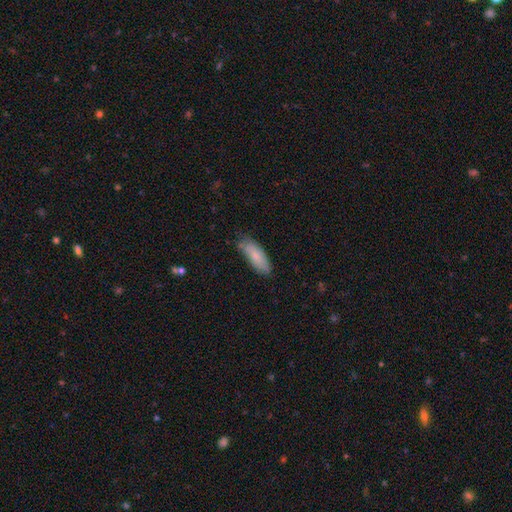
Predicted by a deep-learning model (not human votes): Overall: smooth (79%). How rounded: in between (68%; cigar-shaped 30%). Merging: none (69%).